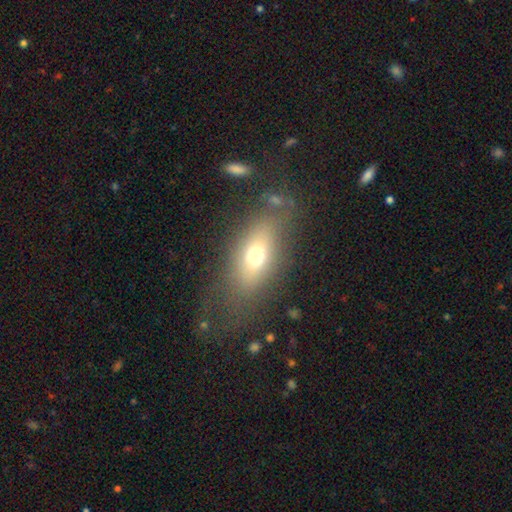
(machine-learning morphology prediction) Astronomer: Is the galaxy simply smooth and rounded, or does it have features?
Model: smooth — 64%.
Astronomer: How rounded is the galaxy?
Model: in between — 74%.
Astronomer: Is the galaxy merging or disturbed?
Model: none — 69%.